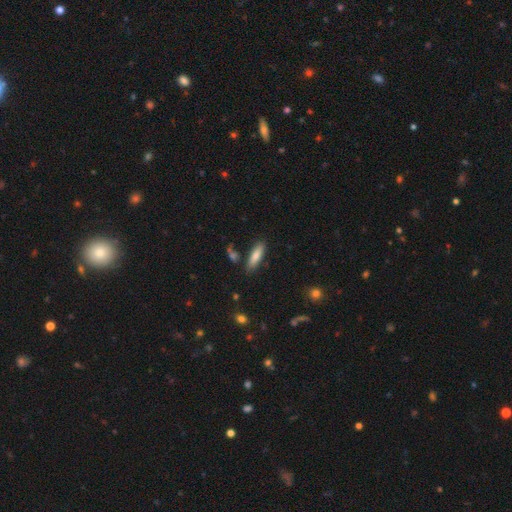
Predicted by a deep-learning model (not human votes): This appears to be a smooth galaxy with no disk features (79%) that is cigar-shaped (59%). Merging: none (81%).